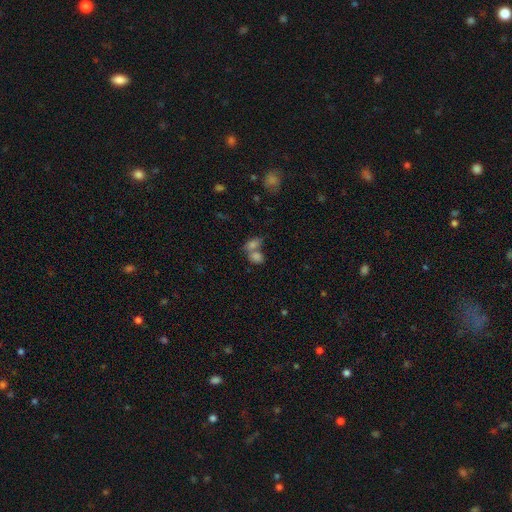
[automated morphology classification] This is likely a smooth galaxy (73%). How rounded: likely in between (70%). Merging: possibly merger (54%).